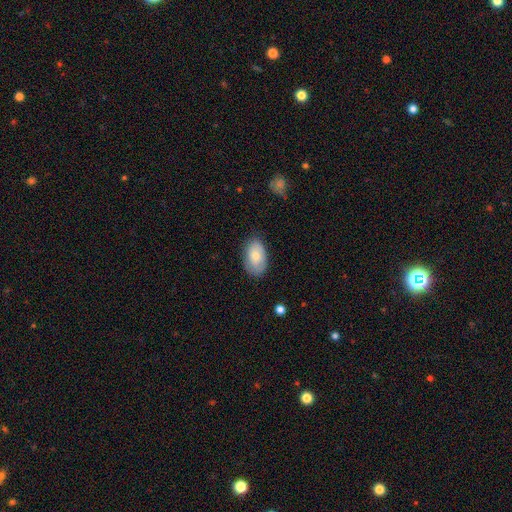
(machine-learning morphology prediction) type=smooth (74%); roundness=in between (92%); merging=none (78%).